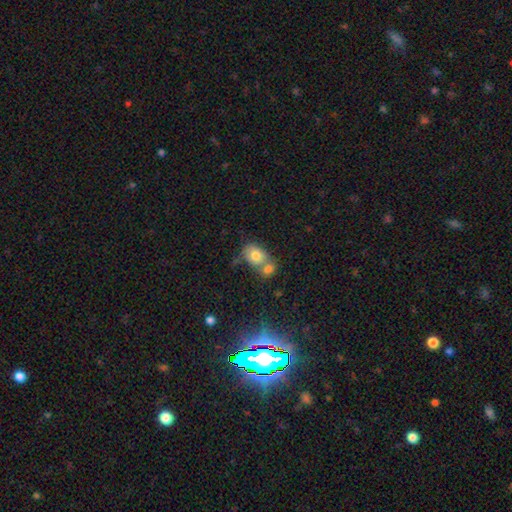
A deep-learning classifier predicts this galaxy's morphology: A smooth galaxy with no disk features (75%) that is in between round and cigar-shaped (65%). Merging: merger (56%).